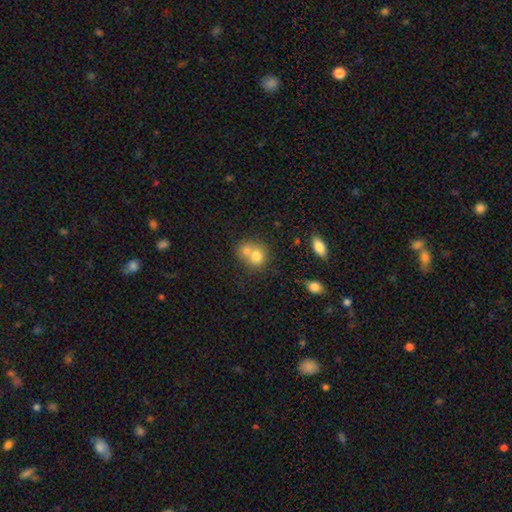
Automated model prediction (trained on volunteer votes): The model was most divided on "merging": merger: 60%, none: 30%, minor disturbance: 7%, major disturbance: 3%. More confident: smooth or featured — smooth (75%); how rounded — round (72%).